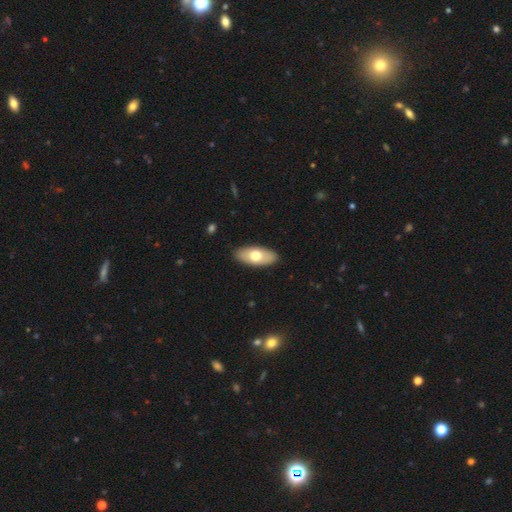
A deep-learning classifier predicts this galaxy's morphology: This appears to be a smooth galaxy with no disk features (66%) that is in between round and cigar-shaped (88%). Merging: none (89%).